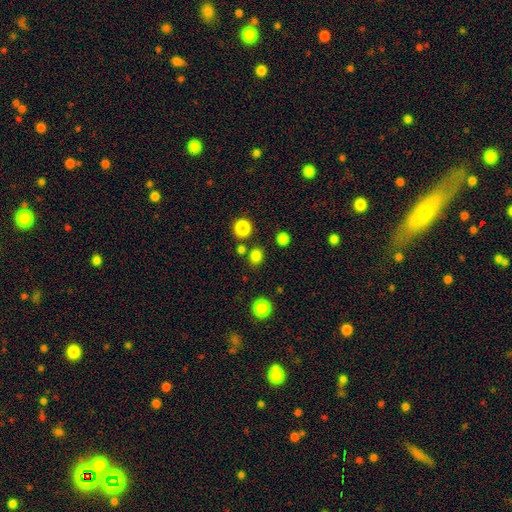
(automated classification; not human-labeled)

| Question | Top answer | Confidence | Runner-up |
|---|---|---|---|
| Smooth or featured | smooth | 81% | star or artifact (15%) |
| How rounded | round | 73% | in between (26%) |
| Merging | none | 81% | minor disturbance (8%) |